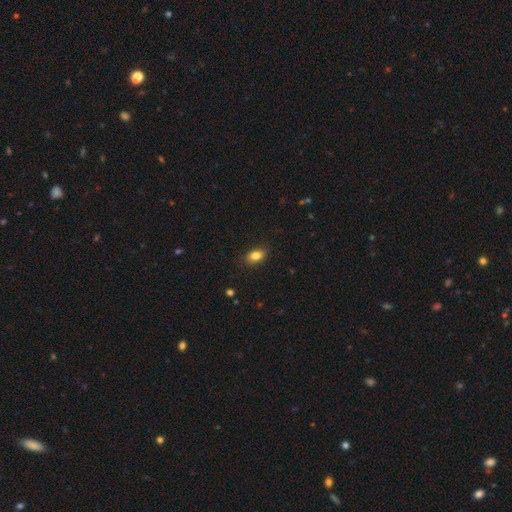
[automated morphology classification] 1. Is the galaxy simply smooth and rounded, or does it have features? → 83% smooth, 9% star or artifact, 8% featured or disk.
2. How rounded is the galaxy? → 82% in between, 16% round, 2% cigar-shaped.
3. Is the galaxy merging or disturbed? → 86% none, 11% minor disturbance, 2% major disturbance, 1% merger.